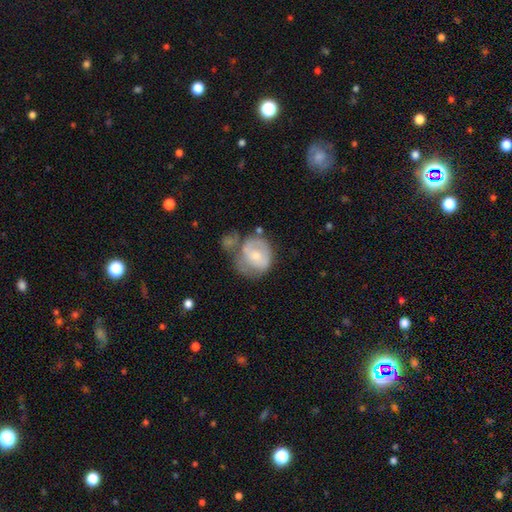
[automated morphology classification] Overall: smooth (49%; featured or disk 44%). Merging: none (31%; merger 27%).